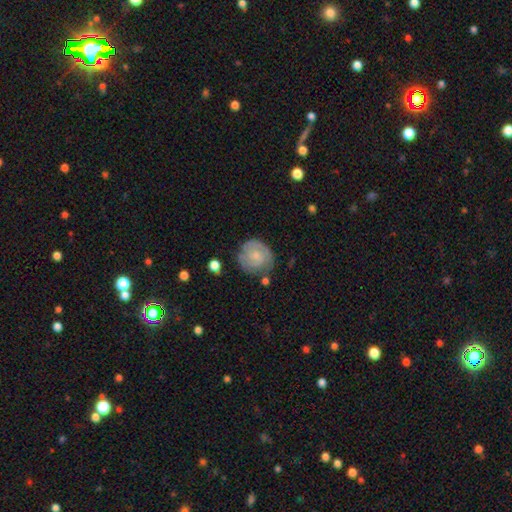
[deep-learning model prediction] Smooth or featured? featured or disk (54%)
Edge-on disk? no (98%)
Bar? no (70%)
Spiral arms? yes (82%)
Bulge size? small (59%)
Merging? none (68%)